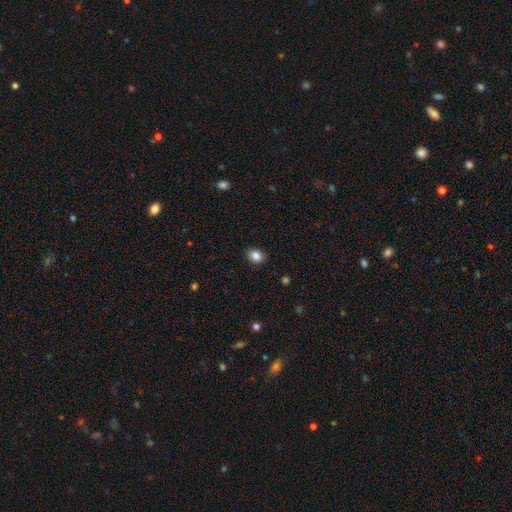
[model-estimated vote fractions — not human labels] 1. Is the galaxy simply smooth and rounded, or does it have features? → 85% smooth, 10% star or artifact, 5% featured or disk.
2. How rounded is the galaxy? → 50% in between, 49% round, 1% cigar-shaped.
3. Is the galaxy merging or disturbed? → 89% none, 8% minor disturbance, 2% major disturbance, 1% merger.